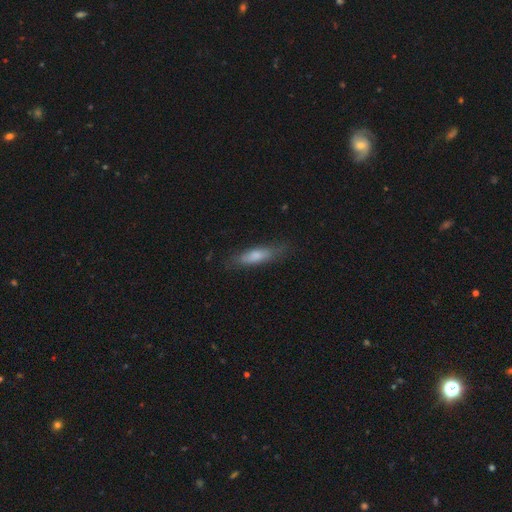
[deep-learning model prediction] This is likely a smooth galaxy (73%). How rounded: likely cigar-shaped (64%). Merging: likely none (74%).